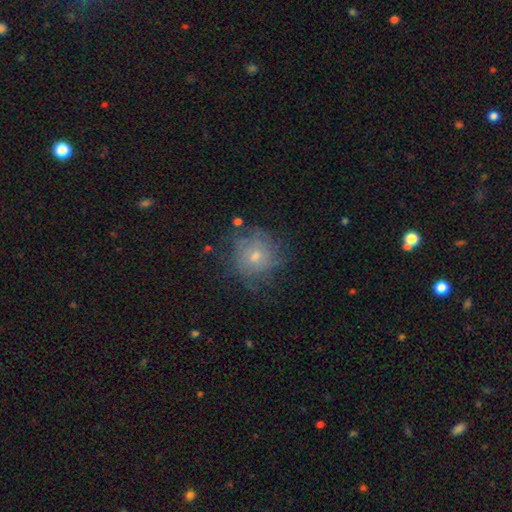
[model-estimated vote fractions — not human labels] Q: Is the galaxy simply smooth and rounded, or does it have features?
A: smooth — 43%, tied with featured or disk.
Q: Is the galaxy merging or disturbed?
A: none — 66%.